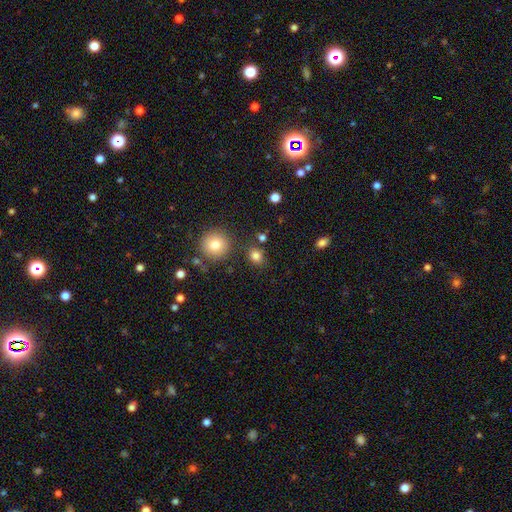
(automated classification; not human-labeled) Smooth or featured: smooth — 81% (star or artifact — 13%)
How rounded: round — 67% (in between — 31%)
Merging: none — 81% (minor disturbance — 10%)